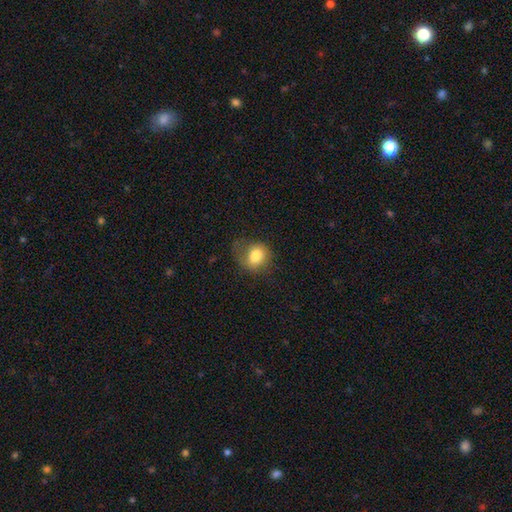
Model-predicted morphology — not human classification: Overall: smooth (79%). How rounded: round (62%; in between 37%). Merging: none (57%; minor disturbance 26%).